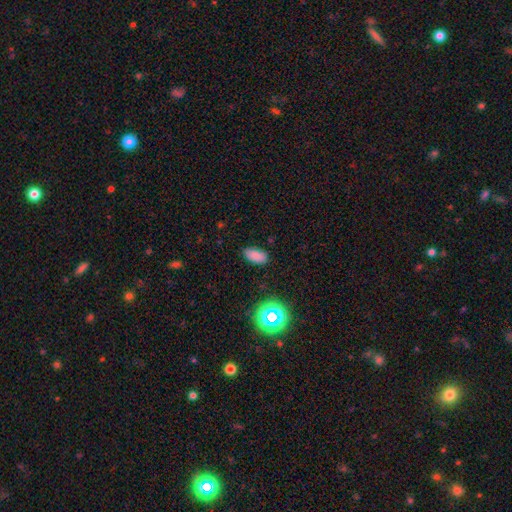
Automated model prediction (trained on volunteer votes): smooth 80%, star or artifact 15%, featured or disk 5%. Down the decision tree: how rounded — in between (90%); merging — none (85%).